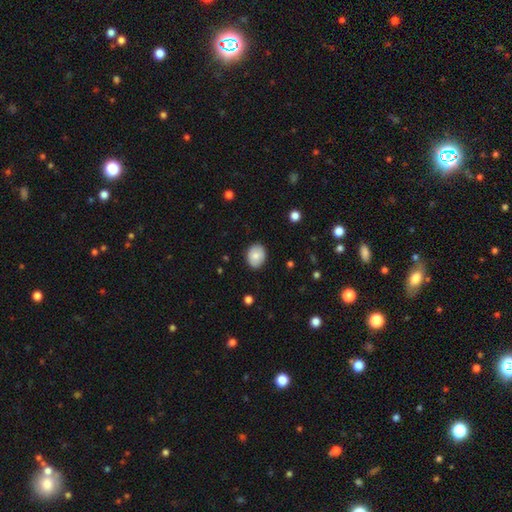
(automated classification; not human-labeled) smooth-or-featured: smooth: 81% | featured or disk: 12% | star or artifact: 7%
  how-rounded: in between: 59% | round: 40% | cigar-shaped: 1%
  merging: none: 86% | minor disturbance: 11% | major disturbance: 2% | merger: 1%